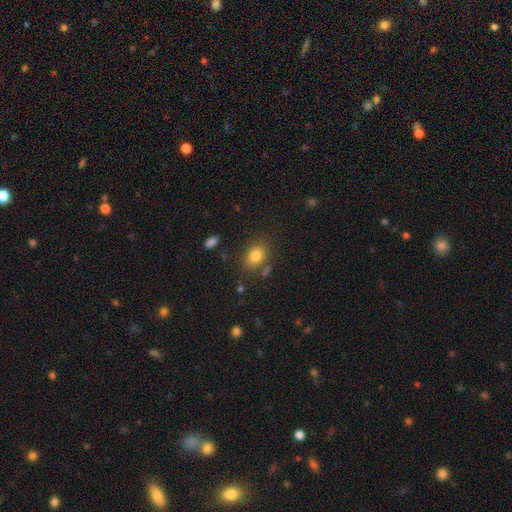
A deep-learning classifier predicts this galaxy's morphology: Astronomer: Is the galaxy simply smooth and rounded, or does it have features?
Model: smooth — 82%.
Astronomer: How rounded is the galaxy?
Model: in between — 65%.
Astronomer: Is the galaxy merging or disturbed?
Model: none — 75%.